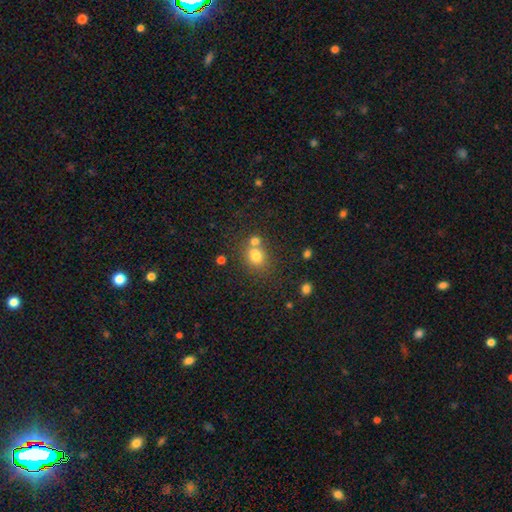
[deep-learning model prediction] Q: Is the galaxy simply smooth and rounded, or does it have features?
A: smooth — 75%.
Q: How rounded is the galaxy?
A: round — 63%.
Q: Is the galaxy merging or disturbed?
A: none — 48%.